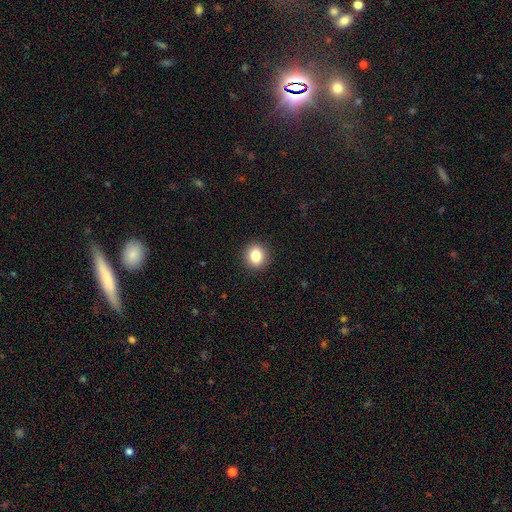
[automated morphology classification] type=smooth (83%); roundness=round (78%); merging=none (91%).